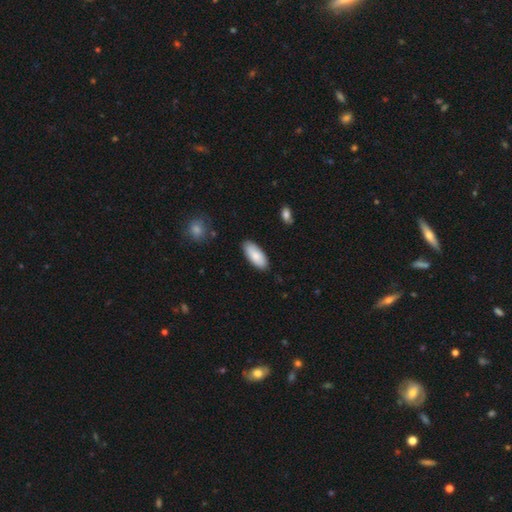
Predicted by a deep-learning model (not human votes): A smooth galaxy with no disk features (84%) that is in between round and cigar-shaped (86%). Merging: none (85%).